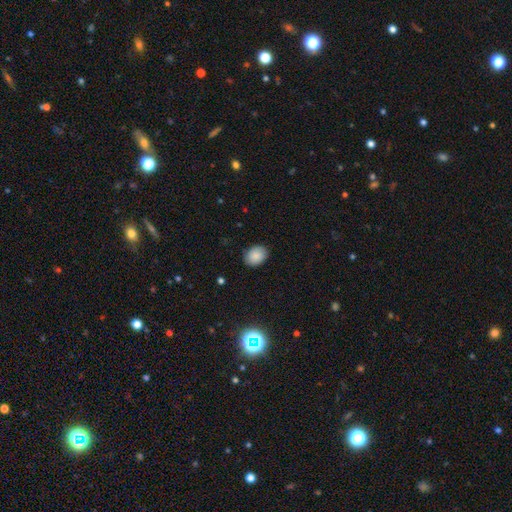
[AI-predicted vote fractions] smooth 88%, star or artifact 8%, featured or disk 4%. Down the decision tree: how rounded — in between (64%); merging — none (87%).